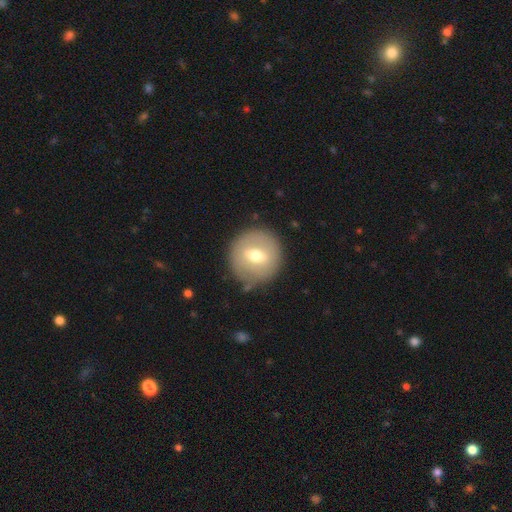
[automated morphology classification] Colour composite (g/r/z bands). It shows a smooth galaxy with no disk features (55%) that is round (92%). Merging: none (81%).